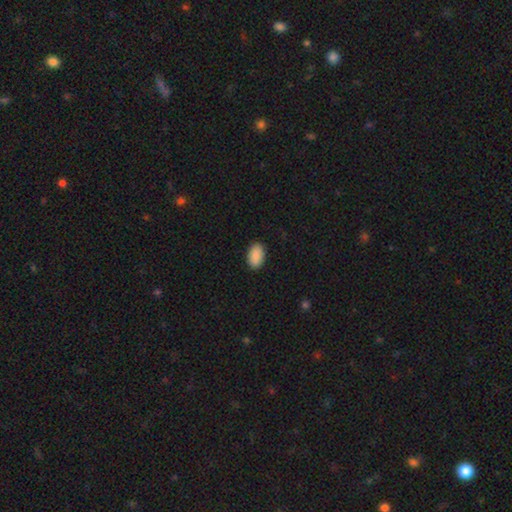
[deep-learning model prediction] smooth 91%, star or artifact 7%, featured or disk 2%. Down the decision tree: how rounded — in between (94%); merging — none (90%).